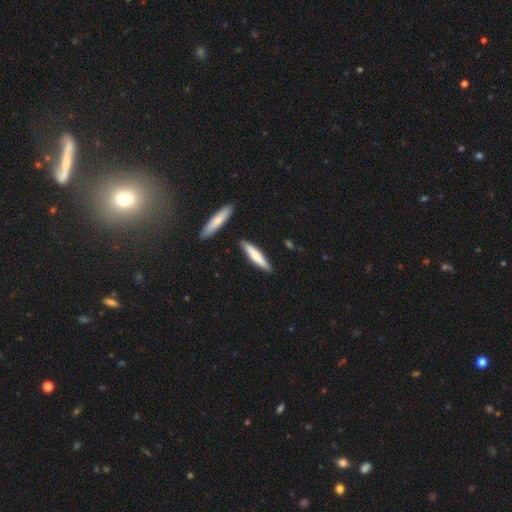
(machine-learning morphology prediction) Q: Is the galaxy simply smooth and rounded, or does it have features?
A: smooth — 64%.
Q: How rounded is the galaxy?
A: cigar-shaped — 84%.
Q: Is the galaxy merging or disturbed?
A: none — 86%.